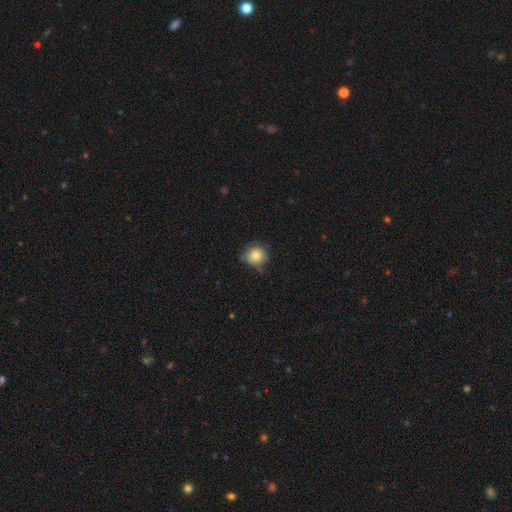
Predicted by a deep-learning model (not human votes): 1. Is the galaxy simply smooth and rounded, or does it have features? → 81% smooth, 10% featured or disk, 9% star or artifact.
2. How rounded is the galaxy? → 88% round, 11% in between, 1% cigar-shaped.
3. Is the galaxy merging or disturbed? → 64% none, 28% minor disturbance, 5% major disturbance, 2% merger.